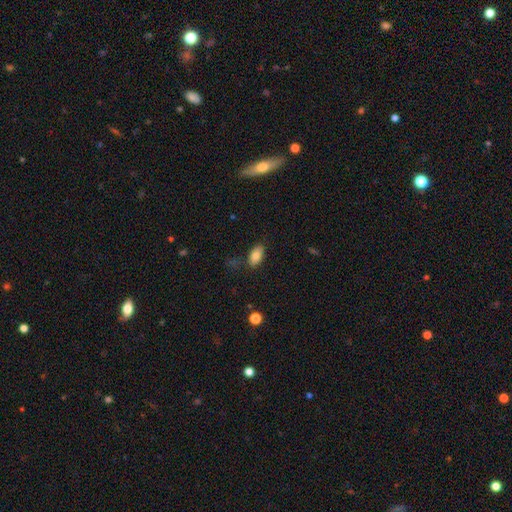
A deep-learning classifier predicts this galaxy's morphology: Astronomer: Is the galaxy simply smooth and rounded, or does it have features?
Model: smooth — 80%.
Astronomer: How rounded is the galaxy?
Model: in between — 92%.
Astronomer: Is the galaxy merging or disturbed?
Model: none — 78%.